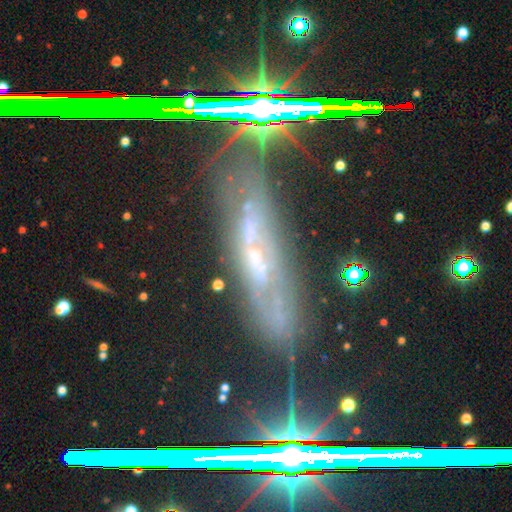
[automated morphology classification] Smooth or featured? Predicted: featured or disk (p=0.43). Merging? Predicted: none (p=0.72).